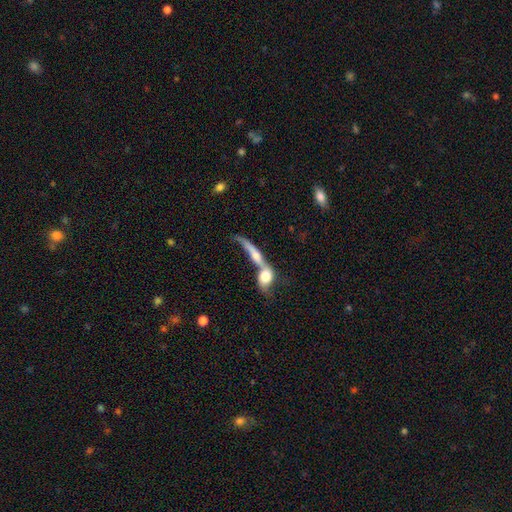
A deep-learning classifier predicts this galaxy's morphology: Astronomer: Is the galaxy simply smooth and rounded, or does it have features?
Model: smooth — 49% (runner-up: featured or disk, 43%).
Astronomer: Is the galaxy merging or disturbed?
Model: merger — 69%.